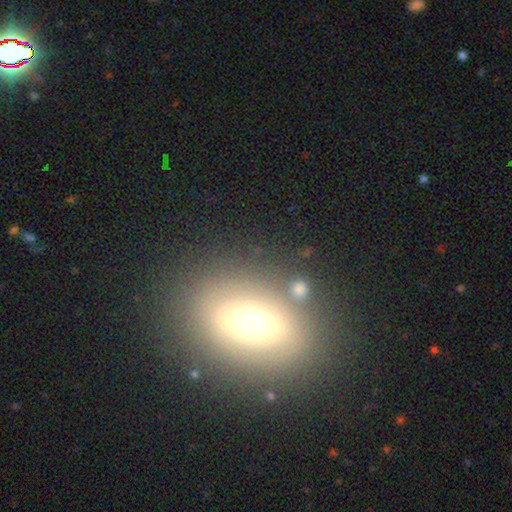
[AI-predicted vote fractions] smooth 49%, featured or disk 35%, star or artifact 15%. Down the decision tree: merging — none (83%).